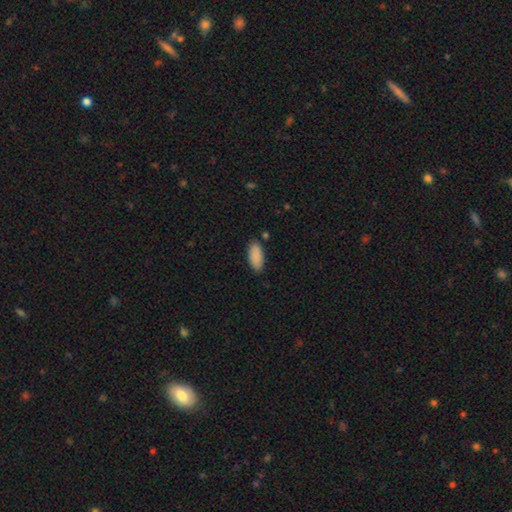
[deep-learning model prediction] smooth 90%, star or artifact 6%, featured or disk 4%. Down the decision tree: how rounded — in between (89%); merging — none (84%).